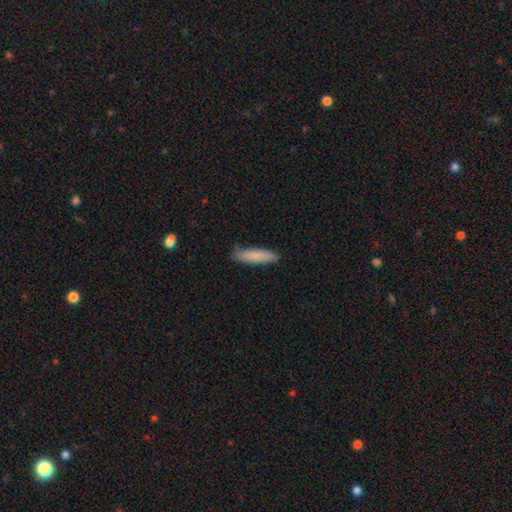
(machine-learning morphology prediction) A smooth galaxy with no disk features (81%) that is cigar-shaped (78%). Merging: none (84%).